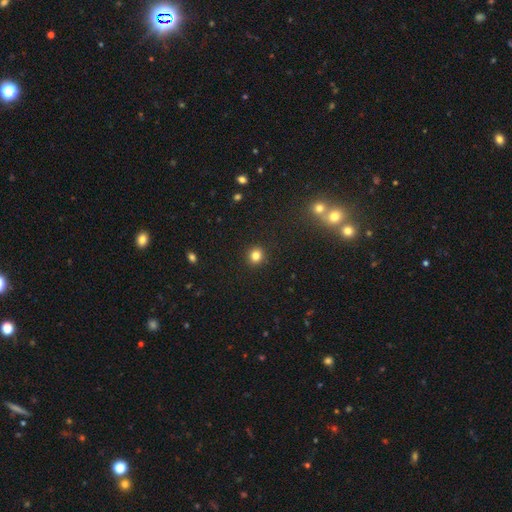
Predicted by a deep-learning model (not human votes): Morphology: type=smooth (82%); roundness=round (89%); merging=none (92%).